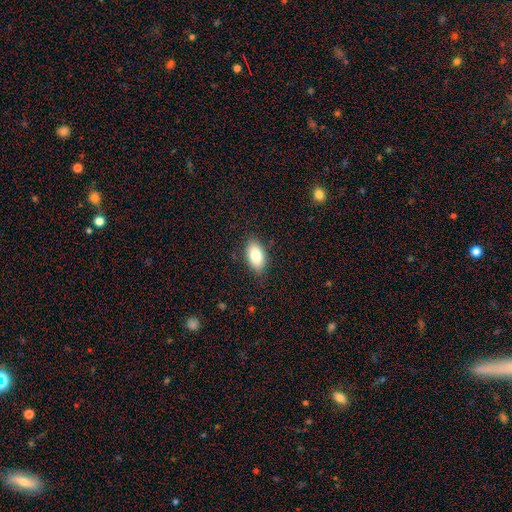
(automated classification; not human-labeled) Q: Smooth or featured?
A: smooth (81%); runner-up: featured or disk (12%)
Q: How rounded?
A: in between (92%); runner-up: round (4%)
Q: Merging?
A: none (85%); runner-up: minor disturbance (12%)